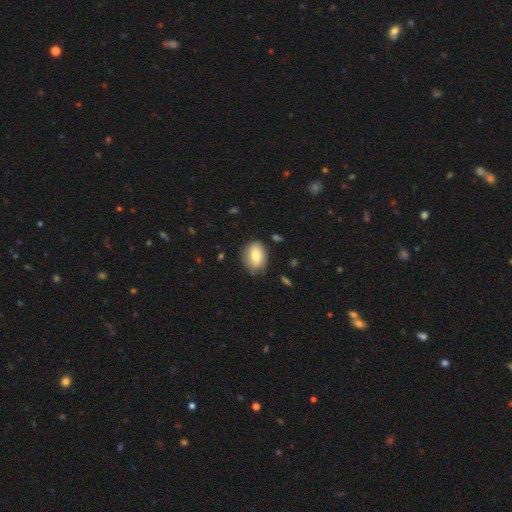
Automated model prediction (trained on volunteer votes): Smooth or featured? Predicted: smooth (p=0.73). How rounded? Predicted: in between (p=0.71). Merging? Predicted: none (p=0.76).